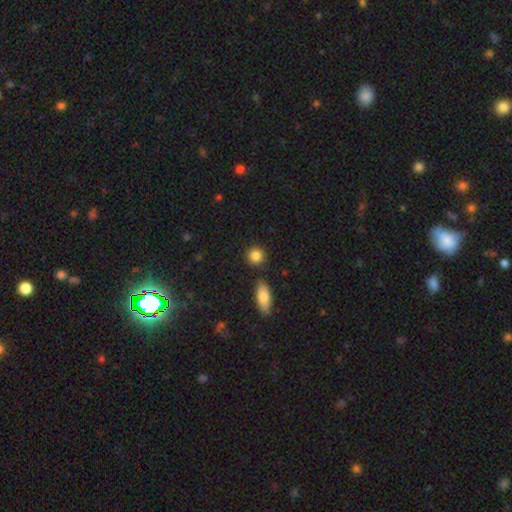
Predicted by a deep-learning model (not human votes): Overall: smooth (86%). How rounded: round (87%). Merging: none (85%).